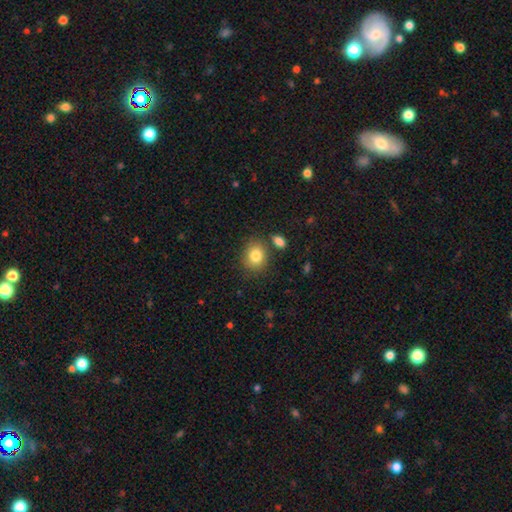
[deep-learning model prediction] smooth 83%, star or artifact 9%, featured or disk 8%. Down the decision tree: how rounded — round (57%); merging — none (78%).